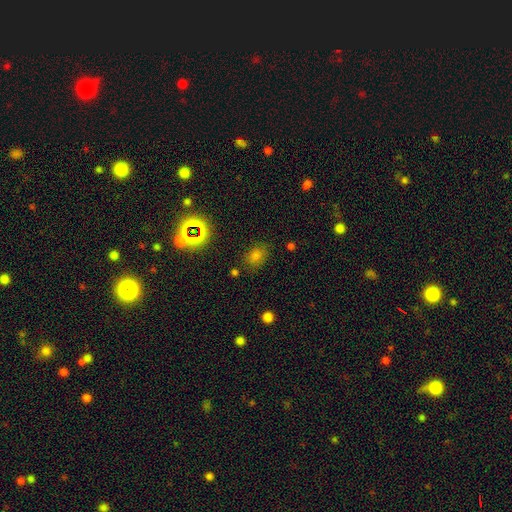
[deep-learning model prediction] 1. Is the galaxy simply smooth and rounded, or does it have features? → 66% smooth, 27% star or artifact, 7% featured or disk.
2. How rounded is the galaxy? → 61% in between, 38% round, 1% cigar-shaped.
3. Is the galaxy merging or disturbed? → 79% none, 13% minor disturbance, 4% major disturbance, 3% merger.